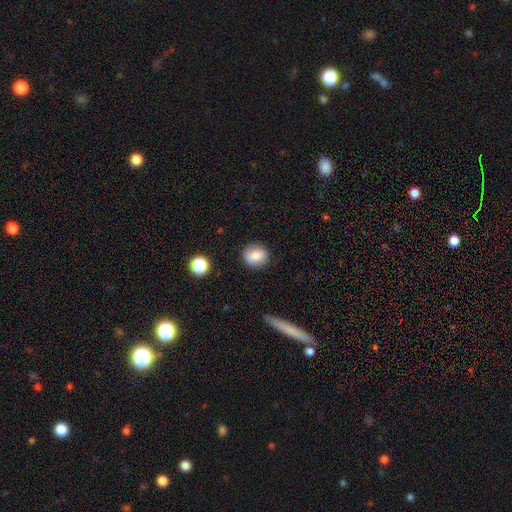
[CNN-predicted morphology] Q: Smooth or featured?
A: smooth (78%); runner-up: featured or disk (13%)
Q: How rounded?
A: round (78%); runner-up: in between (21%)
Q: Merging?
A: none (85%); runner-up: minor disturbance (10%)